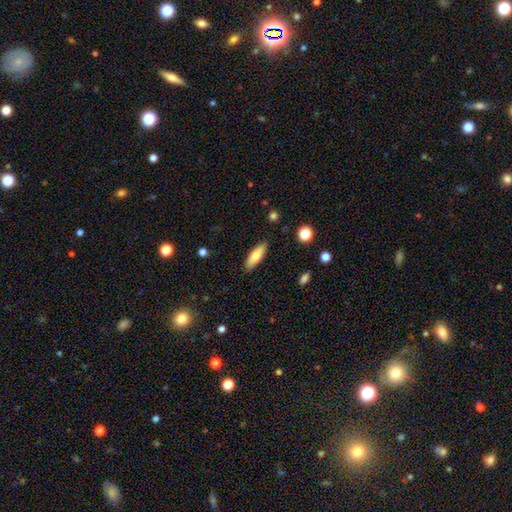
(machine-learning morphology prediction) Overall: smooth (72%). How rounded: cigar-shaped (49%, tied with in between). Merging: none (87%).